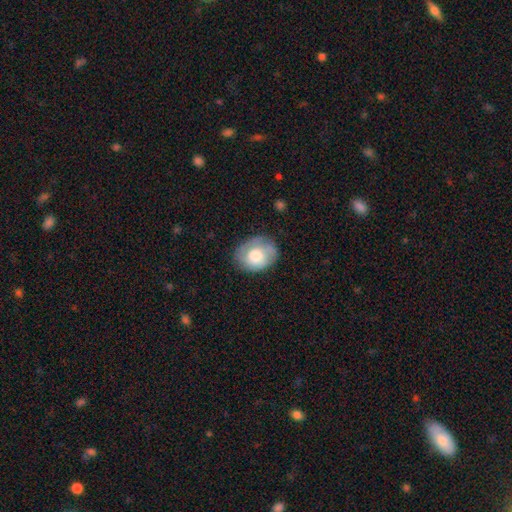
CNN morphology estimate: This is likely a smooth galaxy (60%). How rounded: possibly in between (52%). Merging: likely none (68%).